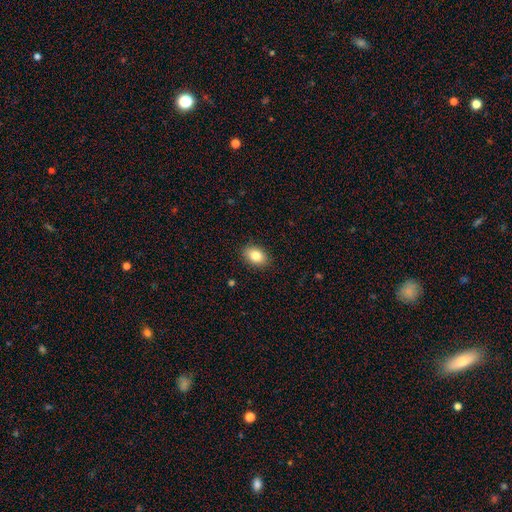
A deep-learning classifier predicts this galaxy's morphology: Smooth or featured? smooth (84%)
How rounded? in between (83%)
Merging? none (89%)